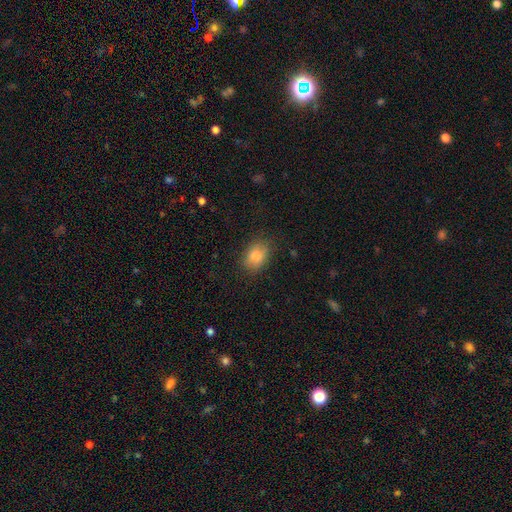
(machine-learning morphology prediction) The model was most divided on "how rounded": in between: 75%, round: 23%, cigar-shaped: 1%. More confident: smooth or featured — smooth (83%); merging — none (79%).